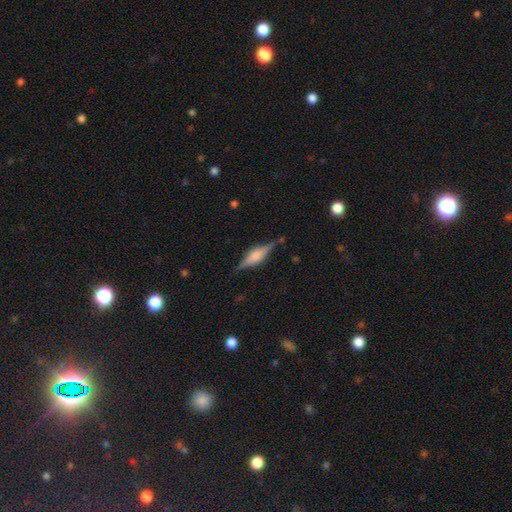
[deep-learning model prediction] The model was most divided on "smooth or featured": featured or disk: 69%, smooth: 24%, star or artifact: 7%. More confident: edge-on disk — yes (96%); merging — none (82%); edge-on bulge — rounded (71%).